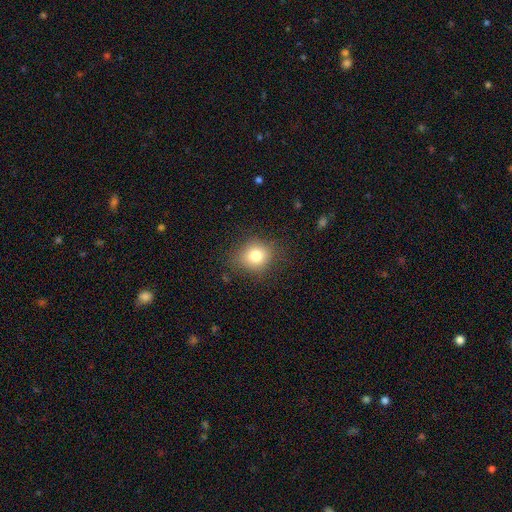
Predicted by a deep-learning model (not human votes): Smooth or featured?
  - smooth: 78% *
  - star or artifact: 12%
  - featured or disk: 10%
How rounded?
  - round: 77% *
  - in between: 23%
  - cigar-shaped: 1%
Merging?
  - none: 80% *
  - minor disturbance: 14%
  - major disturbance: 5%
  - merger: 1%